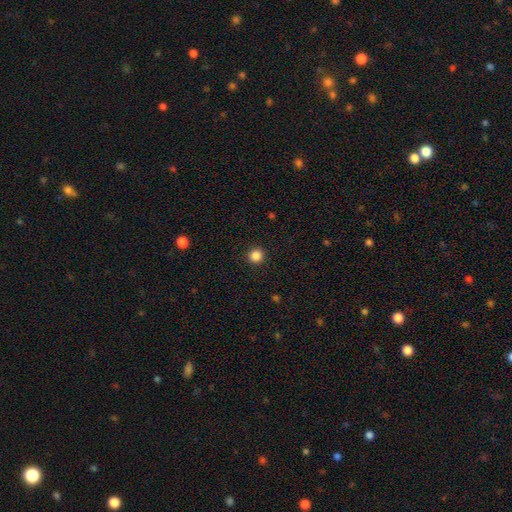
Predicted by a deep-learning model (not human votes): Smooth or featured?
  - smooth: 86% *
  - star or artifact: 11%
  - featured or disk: 3%
How rounded?
  - round: 93% *
  - in between: 6%
  - cigar-shaped: 1%
Merging?
  - none: 93% *
  - minor disturbance: 5%
  - major disturbance: 2%
  - merger: 1%